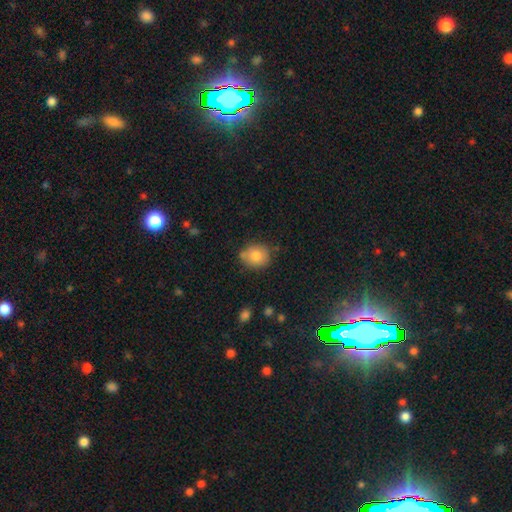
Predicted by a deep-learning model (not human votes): A smooth galaxy with no disk features (80%) that is round (73%).

Vote fractions:
- Smooth or featured? smooth: 80% / featured or disk: 12% / star or artifact: 9%
- How rounded? round: 73% / in between: 26% / cigar-shaped: 1%
- Merging? none: 69% / minor disturbance: 20% / merger: 7% / major disturbance: 4%